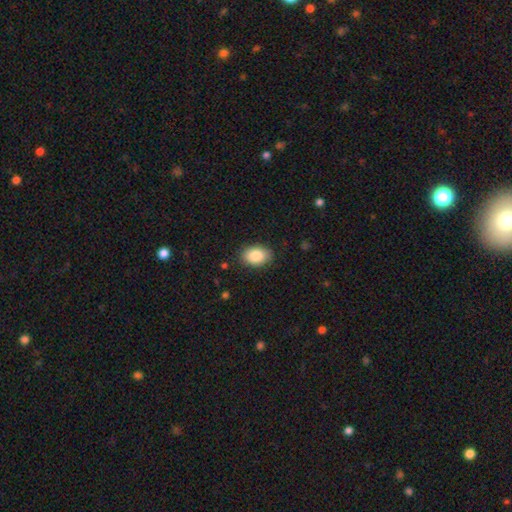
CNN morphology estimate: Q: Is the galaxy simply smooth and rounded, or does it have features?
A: smooth — 87%.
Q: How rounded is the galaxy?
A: in between — 84%.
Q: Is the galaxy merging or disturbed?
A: none — 86%.